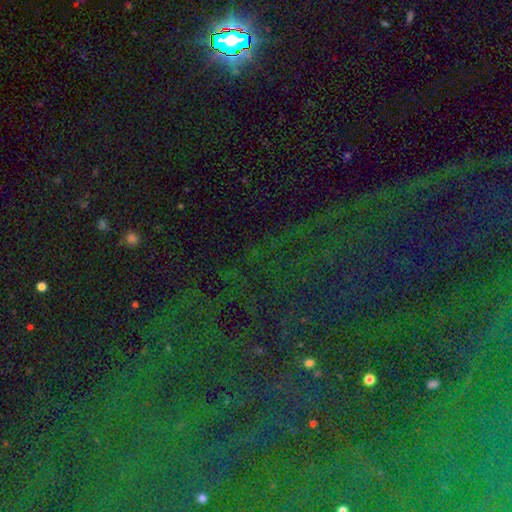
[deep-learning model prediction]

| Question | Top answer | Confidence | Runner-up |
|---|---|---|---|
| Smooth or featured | star or artifact | 84% | smooth (8%) |